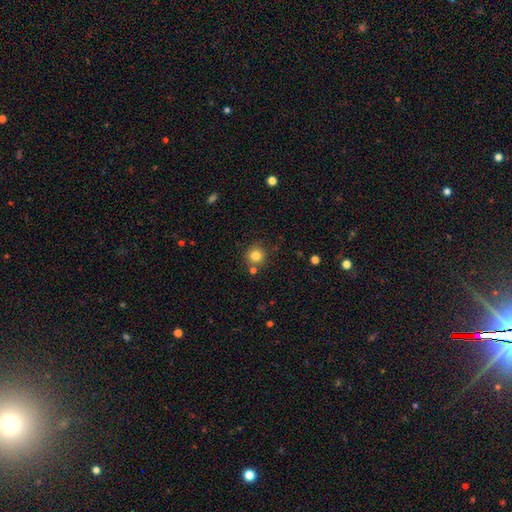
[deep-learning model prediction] This appears to be a smooth galaxy with no disk features (82%) that is round (93%). Merging: none (80%).